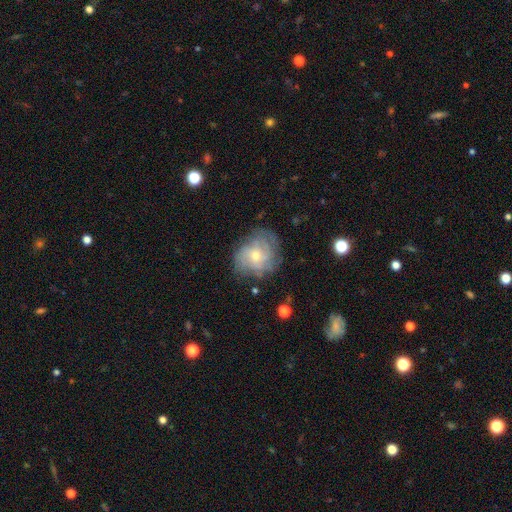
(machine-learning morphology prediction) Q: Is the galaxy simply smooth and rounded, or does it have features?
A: featured or disk — 64%.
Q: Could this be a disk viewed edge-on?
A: no — 97%.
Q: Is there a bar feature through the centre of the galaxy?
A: no — 78%.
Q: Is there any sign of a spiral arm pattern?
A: yes — 79%.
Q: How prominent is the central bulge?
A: small — 56%.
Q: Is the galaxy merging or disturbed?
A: none — 67%.